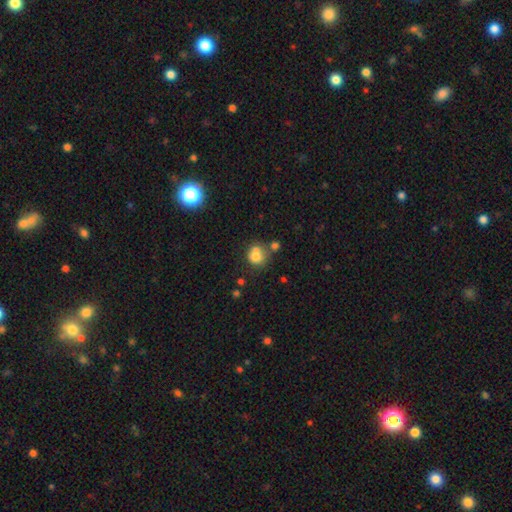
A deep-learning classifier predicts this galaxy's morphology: Smooth or featured? Predicted: smooth (p=0.74). How rounded? Predicted: round (p=0.76). Merging? Predicted: none (p=0.42).